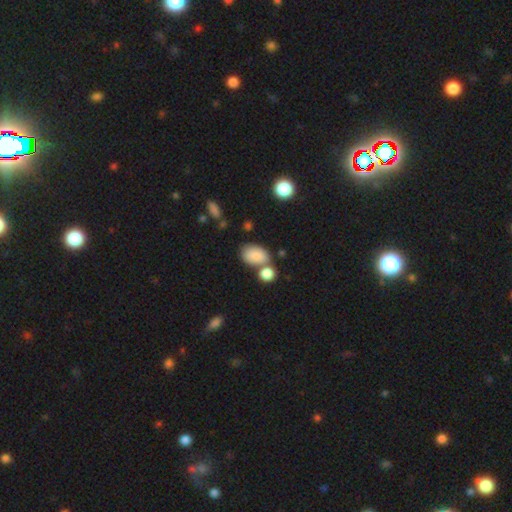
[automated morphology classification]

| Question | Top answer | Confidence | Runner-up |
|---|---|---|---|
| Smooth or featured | smooth | 85% | star or artifact (8%) |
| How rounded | in between | 87% | round (12%) |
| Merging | none | 49% | merger (31%) |